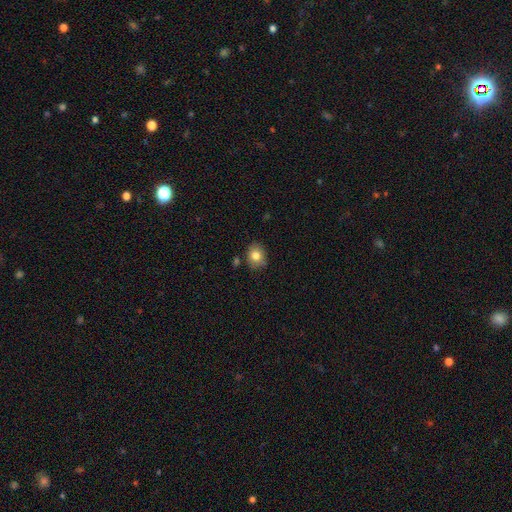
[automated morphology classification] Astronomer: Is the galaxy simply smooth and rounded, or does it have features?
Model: smooth — 81%.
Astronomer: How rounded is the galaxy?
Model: round — 56% (runner-up: in between, 43%).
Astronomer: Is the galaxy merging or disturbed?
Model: none — 82%.